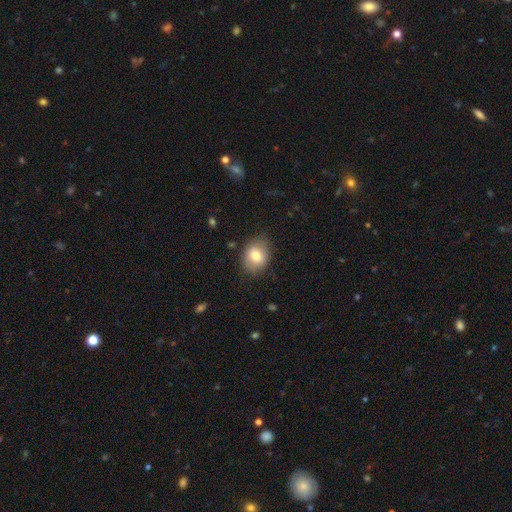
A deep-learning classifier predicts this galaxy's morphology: Q: Smooth or featured?
A: smooth (77%); runner-up: featured or disk (15%)
Q: How rounded?
A: in between (59%); runner-up: round (40%)
Q: Merging?
A: none (77%); runner-up: minor disturbance (17%)